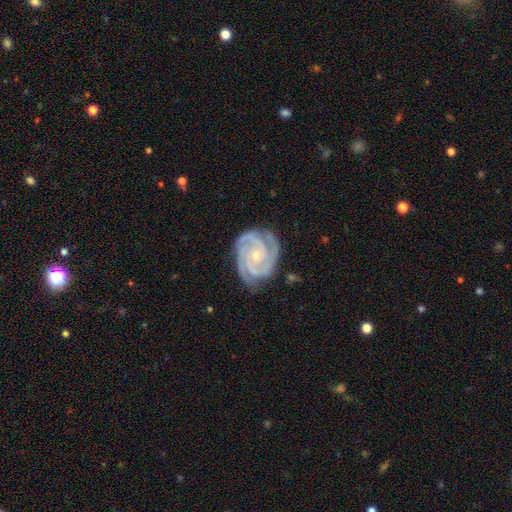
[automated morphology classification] smooth_or_featured: featured or disk (p=0.93) [alt: star or artifact p=0.04]
disk_edge_on: no (p=0.98) [alt: yes p=0.02]
bar: no (p=0.72) [alt: weak p=0.20]
has_spiral_arms: yes (p=0.99) [alt: no p=0.01]
spiral_winding: tight (p=0.76) [alt: medium p=0.22]
spiral_arm_count: 3 (p=0.58) [alt: 4 p=0.20]
bulge_size: small (p=0.73) [alt: moderate p=0.24]
merging: none (p=0.79) [alt: minor disturbance p=0.16]